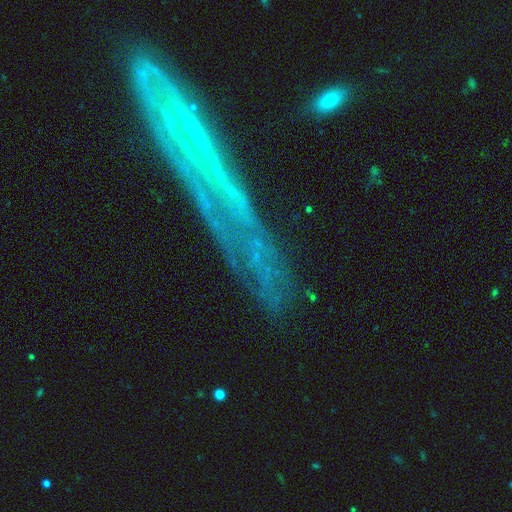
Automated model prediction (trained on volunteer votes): Smooth or featured?
  - featured or disk: 58% *
  - star or artifact: 22%
  - smooth: 20%
Edge-on disk?
  - yes: 56% *
  - no: 44%
Merging?
  - none: 80% *
  - minor disturbance: 12%
  - major disturbance: 5%
  - merger: 3%